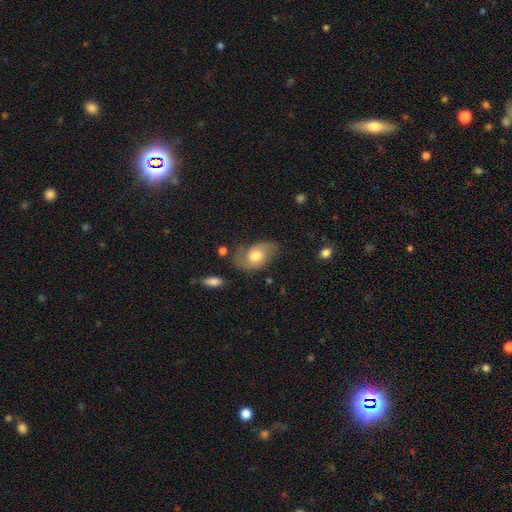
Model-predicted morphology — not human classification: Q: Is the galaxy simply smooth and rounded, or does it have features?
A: smooth — 49%.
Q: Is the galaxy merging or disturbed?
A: none — 61%.